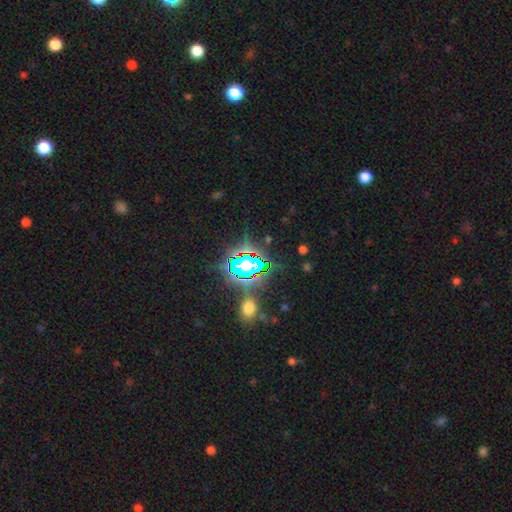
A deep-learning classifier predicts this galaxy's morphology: A star or artifact, not a galaxy (78%).

Vote fractions:
- Smooth or featured? star or artifact: 78% / smooth: 13% / featured or disk: 9%